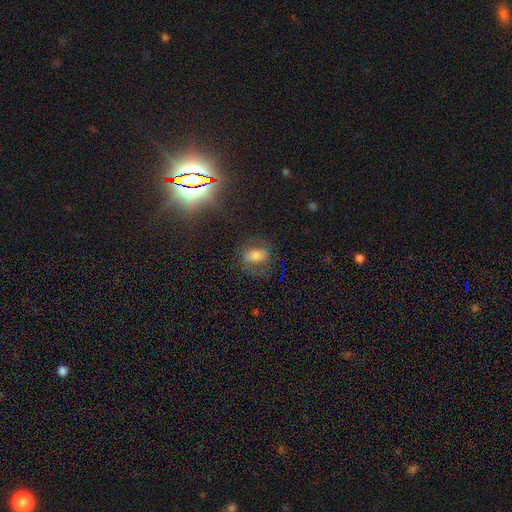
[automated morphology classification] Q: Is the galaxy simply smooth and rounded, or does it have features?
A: smooth — 44%.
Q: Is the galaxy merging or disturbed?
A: none — 67%.